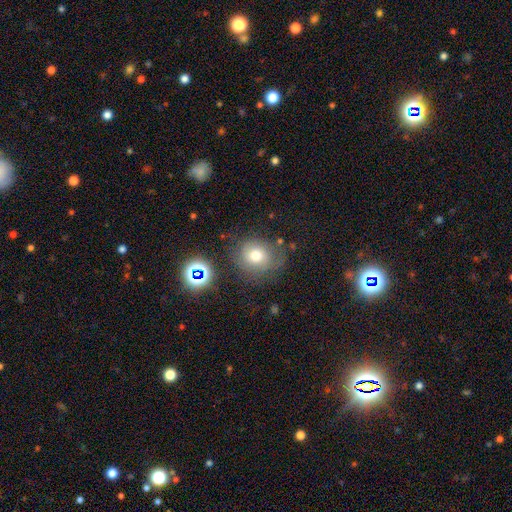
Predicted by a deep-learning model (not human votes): Overall: smooth (65%). How rounded: round (80%). Merging: none (65%).